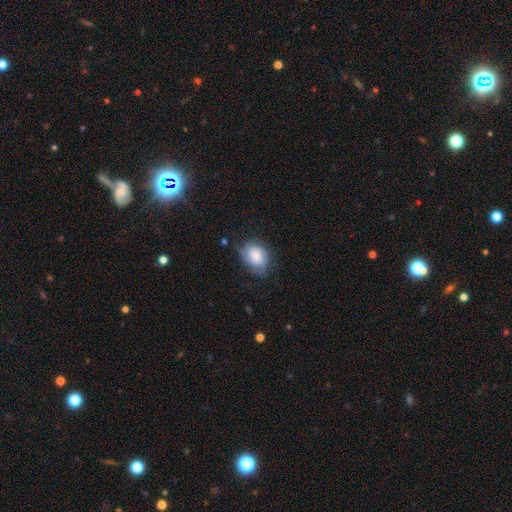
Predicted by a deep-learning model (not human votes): Smooth or featured? Predicted: smooth (p=0.56). How rounded? Predicted: in between (p=0.67). Merging? Predicted: none (p=0.62).